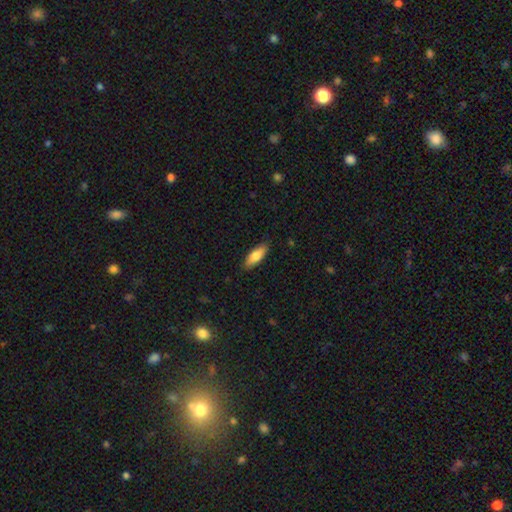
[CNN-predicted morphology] The model was most divided on "how rounded": in between: 69%, cigar-shaped: 28%, round: 2%. More confident: merging — none (86%); smooth or featured — smooth (80%).